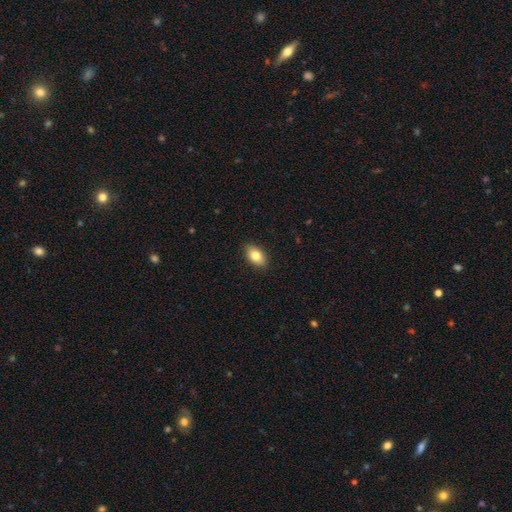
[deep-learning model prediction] A smooth galaxy with no disk features (81%) that is in between round and cigar-shaped (89%).

Vote fractions:
- Smooth or featured? smooth: 81% / featured or disk: 12% / star or artifact: 8%
- How rounded? in between: 89% / round: 8% / cigar-shaped: 2%
- Merging? none: 89% / minor disturbance: 9% / major disturbance: 2% / merger: 1%